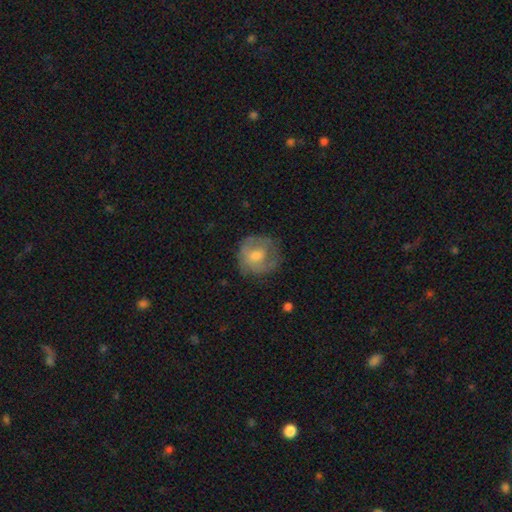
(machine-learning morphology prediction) type=smooth (49%); merging=none (62%).